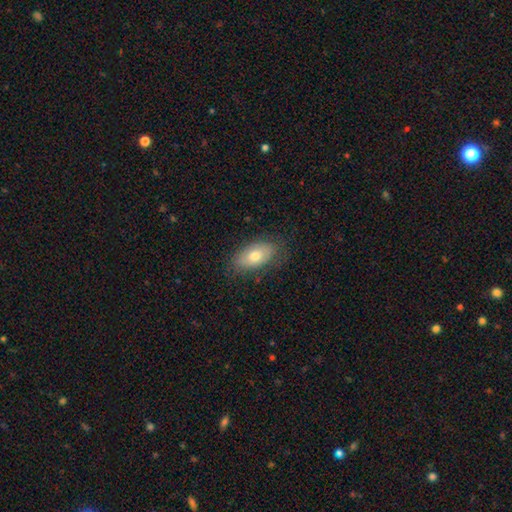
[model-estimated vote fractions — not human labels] This appears to be a smooth galaxy with no disk features (74%) that is in between round and cigar-shaped (91%). Merging: none (78%).